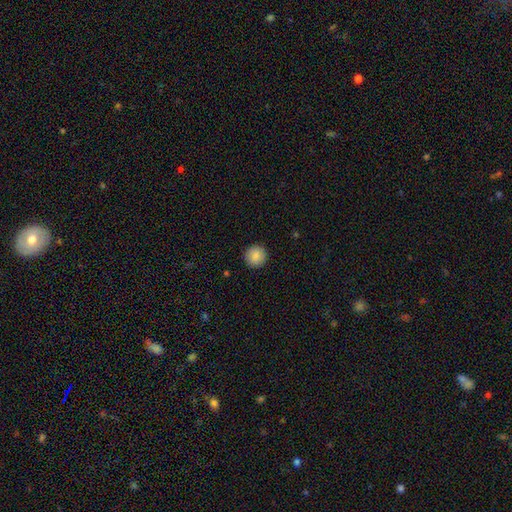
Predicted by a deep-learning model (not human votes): Smooth or featured? Predicted: smooth (p=0.88). How rounded? Predicted: round (p=0.95). Merging? Predicted: none (p=0.92).